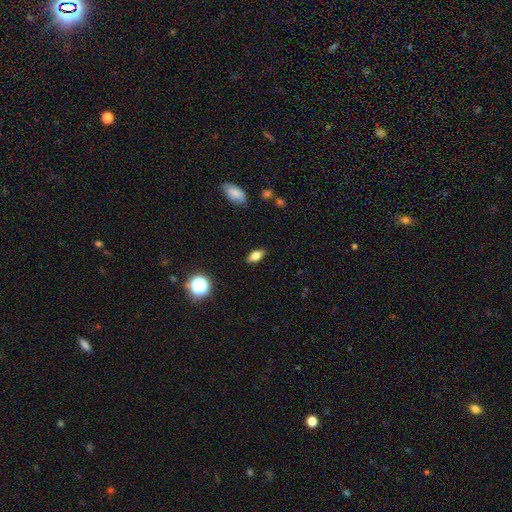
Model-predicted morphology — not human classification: Smooth or featured: smooth — 75% (featured or disk — 14%)
How rounded: in between — 84% (cigar-shaped — 8%)
Merging: none — 87% (minor disturbance — 9%)